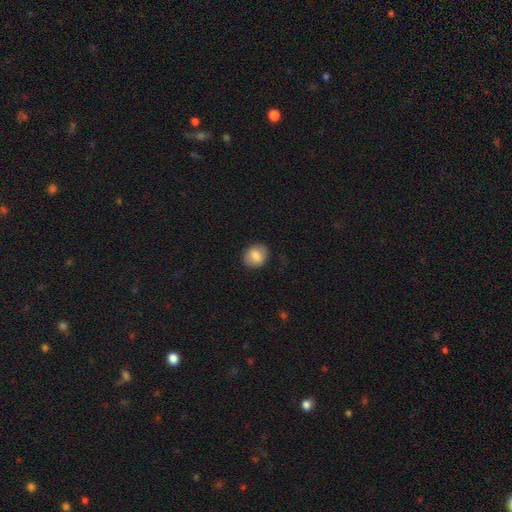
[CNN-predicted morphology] This appears to be a smooth galaxy with no disk features (78%) that is round (63%). Merging: none (86%).